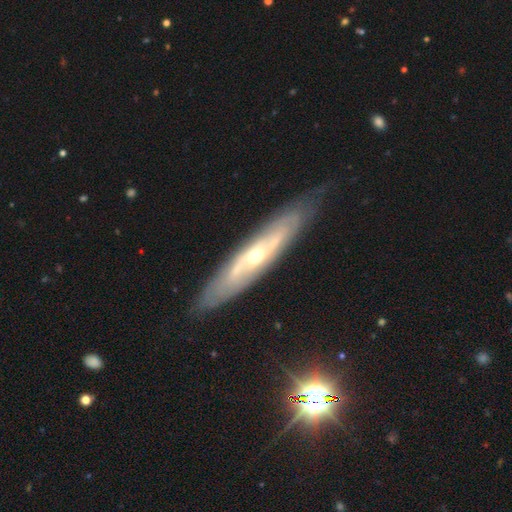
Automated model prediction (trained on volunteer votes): A featured or disk galaxy (74%). Merging: none (80%).